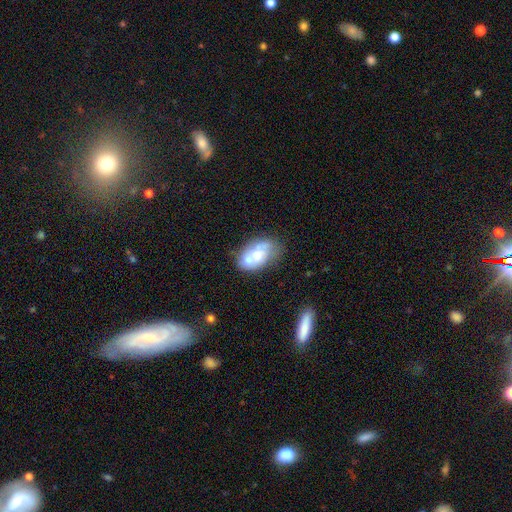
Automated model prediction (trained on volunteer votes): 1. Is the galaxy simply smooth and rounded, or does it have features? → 50% smooth, 43% featured or disk, 7% star or artifact.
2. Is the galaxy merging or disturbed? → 39% merger, 32% none, 19% minor disturbance, 10% major disturbance.